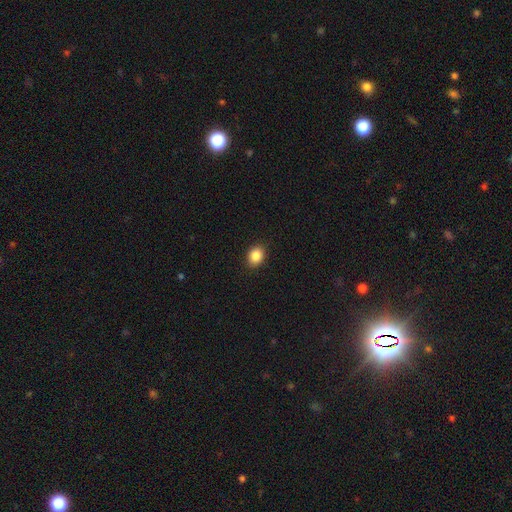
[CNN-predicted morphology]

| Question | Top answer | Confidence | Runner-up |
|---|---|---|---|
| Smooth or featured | smooth | 87% | star or artifact (9%) |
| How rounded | in between | 53% | round (46%) |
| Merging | none | 89% | minor disturbance (8%) |